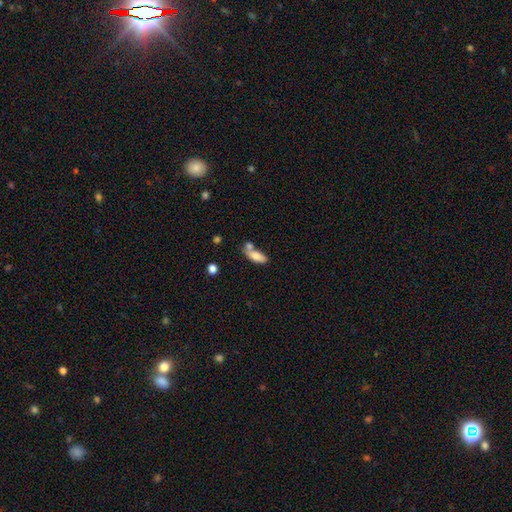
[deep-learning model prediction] Q: Smooth or featured?
A: smooth (78%); runner-up: featured or disk (14%)
Q: How rounded?
A: in between (75%); runner-up: cigar-shaped (22%)
Q: Merging?
A: none (39%); runner-up: merger (36%)